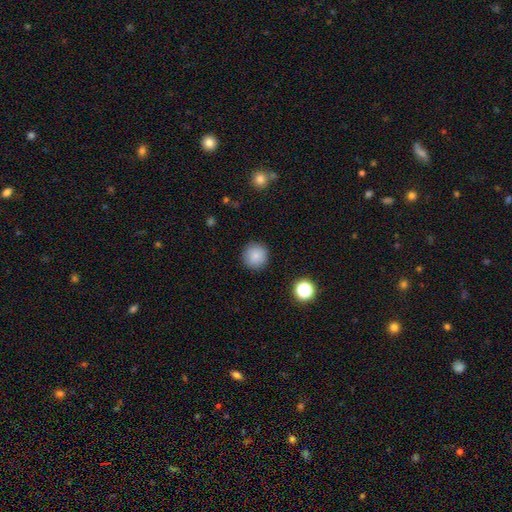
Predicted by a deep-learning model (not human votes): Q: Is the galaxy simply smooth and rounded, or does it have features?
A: smooth — 86%.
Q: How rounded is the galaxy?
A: round — 95%.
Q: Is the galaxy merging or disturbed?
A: none — 91%.